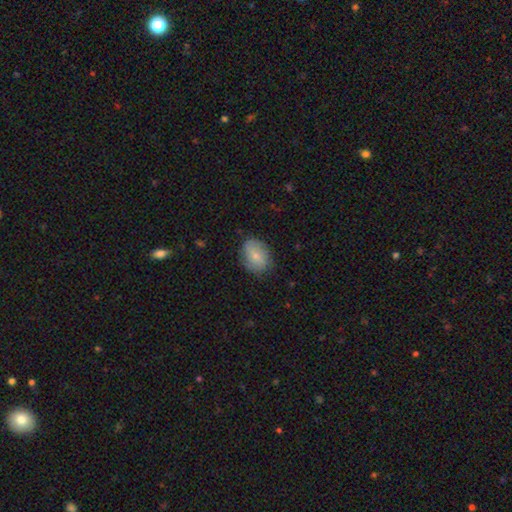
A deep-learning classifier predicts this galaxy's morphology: Smooth or featured? Predicted: smooth (p=0.65). How rounded? Predicted: in between (p=0.71). Merging? Predicted: none (p=0.76).